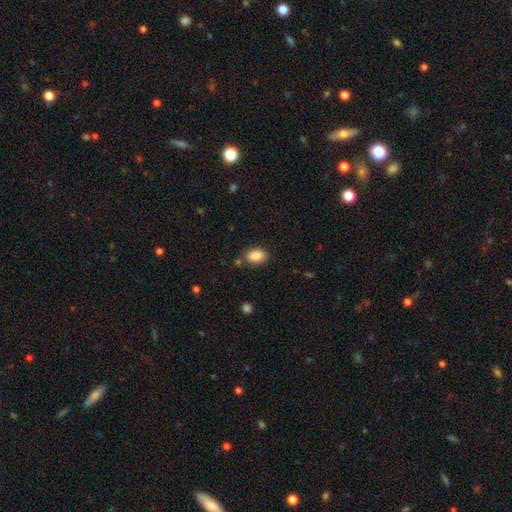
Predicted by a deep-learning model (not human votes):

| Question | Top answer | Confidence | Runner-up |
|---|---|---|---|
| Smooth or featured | smooth | 89% | star or artifact (8%) |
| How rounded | in between | 89% | round (10%) |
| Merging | none | 79% | minor disturbance (13%) |